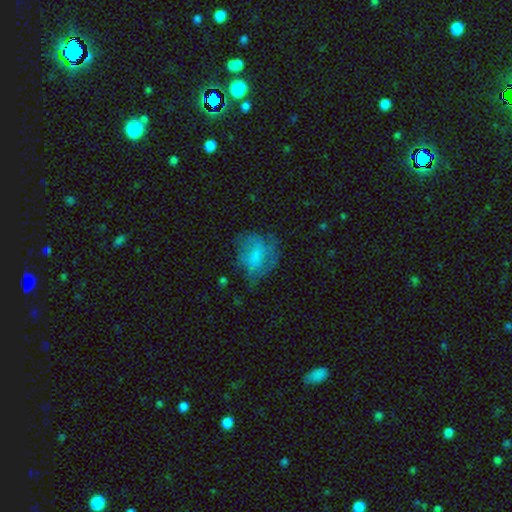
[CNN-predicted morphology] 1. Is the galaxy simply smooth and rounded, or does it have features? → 56% smooth, 34% featured or disk, 10% star or artifact.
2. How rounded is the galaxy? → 53% round, 45% in between, 2% cigar-shaped.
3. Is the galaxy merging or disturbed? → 45% none, 29% minor disturbance, 24% major disturbance, 2% merger.